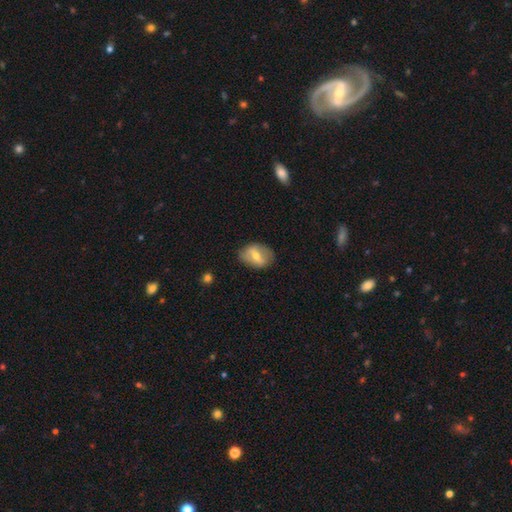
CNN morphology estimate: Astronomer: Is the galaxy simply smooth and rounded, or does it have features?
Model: featured or disk — 51% (runner-up: smooth, 42%).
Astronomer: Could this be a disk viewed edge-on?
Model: no — 89%.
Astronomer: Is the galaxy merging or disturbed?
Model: none — 79%.